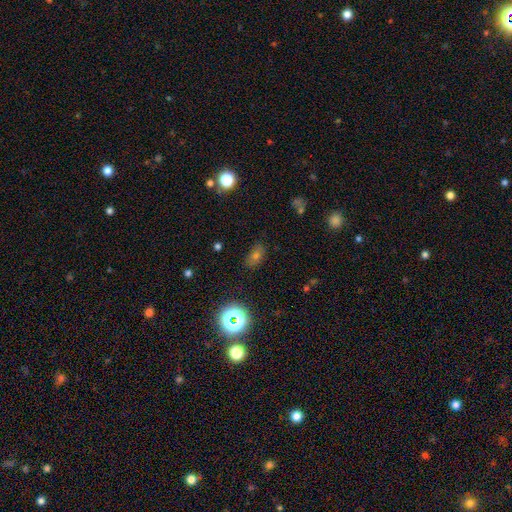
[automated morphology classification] This appears to be a smooth galaxy with no disk features (58%) that is in between round and cigar-shaped (76%). Merging: none (77%).